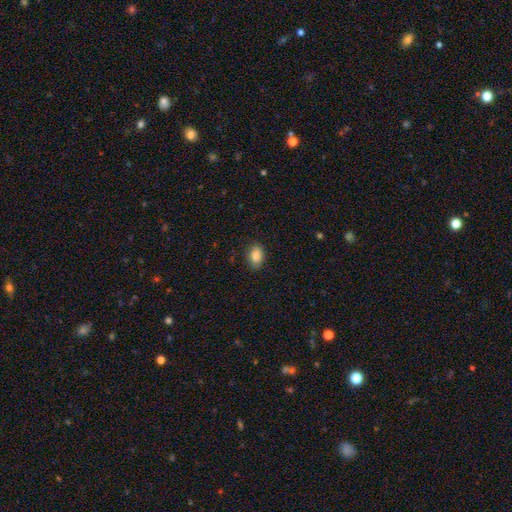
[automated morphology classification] A smooth galaxy with no disk features (86%) that is in between round and cigar-shaped (83%). Merging: none (85%).